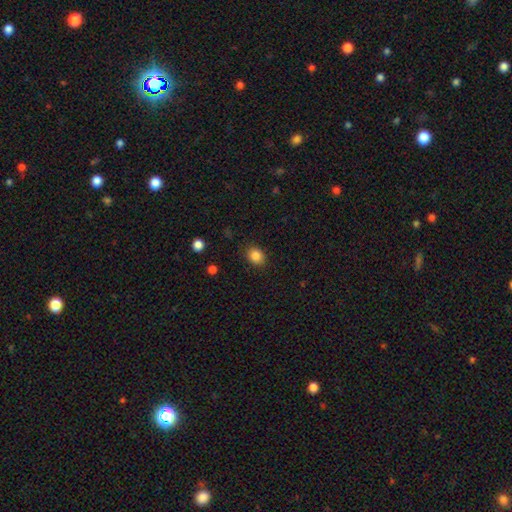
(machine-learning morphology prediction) Smooth or featured: smooth — 85% (star or artifact — 10%)
How rounded: round — 60% (in between — 40%)
Merging: none — 87% (minor disturbance — 9%)